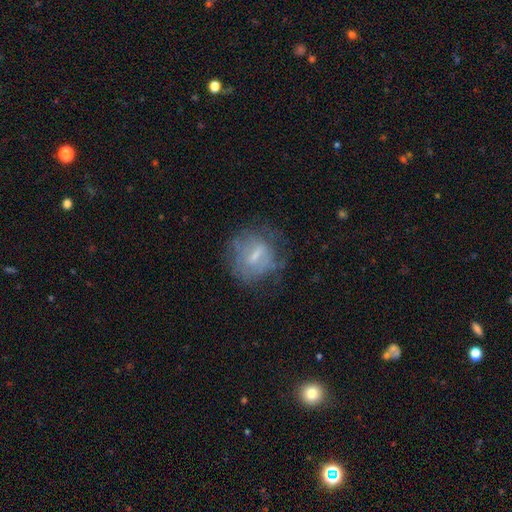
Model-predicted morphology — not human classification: Overall: featured or disk (54%; smooth 35%). Edge-on disk: no (94%). Bar: weak (52%; strong 25%). Spiral arms: no (61%; yes 39%). Bulge size: small (49%; moderate 28%). Merging: none (57%; minor disturbance 23%).